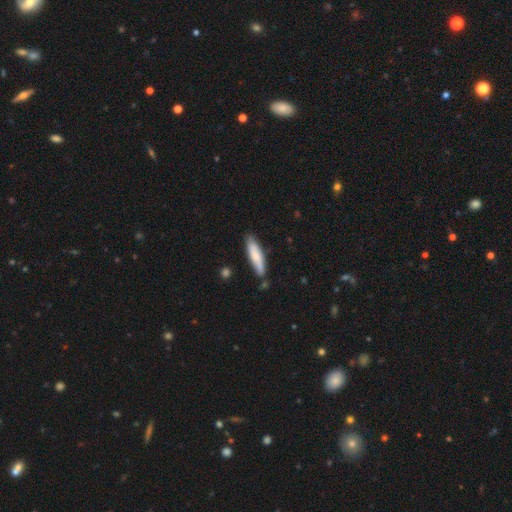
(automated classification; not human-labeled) This is likely a smooth galaxy (73%). How rounded: likely cigar-shaped (75%). Merging: likely none (75%).